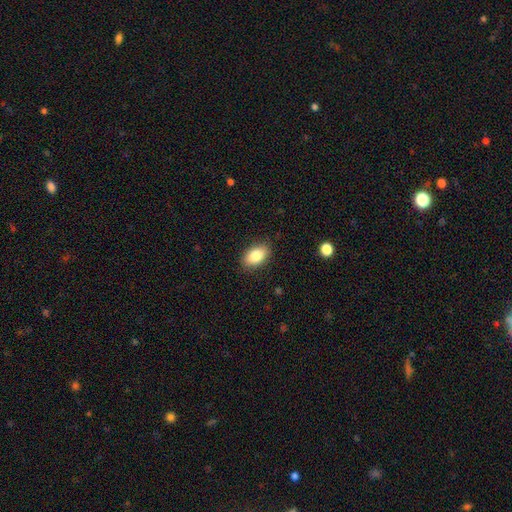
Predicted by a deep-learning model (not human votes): A smooth galaxy with no disk features (84%) that is in between round and cigar-shaped (91%). Merging: none (86%).